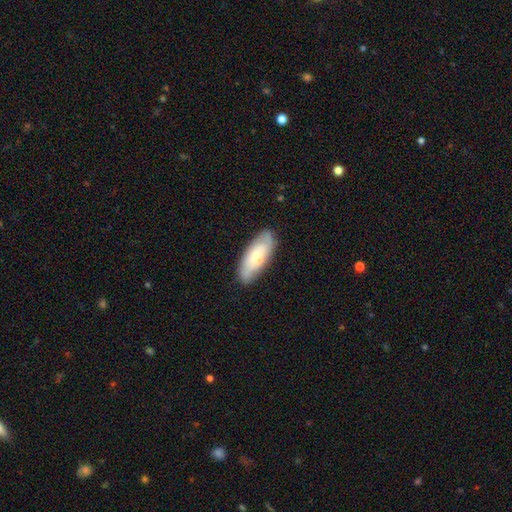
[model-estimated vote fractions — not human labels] smooth-or-featured: smooth: 51% | featured or disk: 43% | star or artifact: 6%
  how-rounded: in between: 73% | cigar-shaped: 24% | round: 2%
  merging: none: 79% | minor disturbance: 16% | major disturbance: 3% | merger: 1%